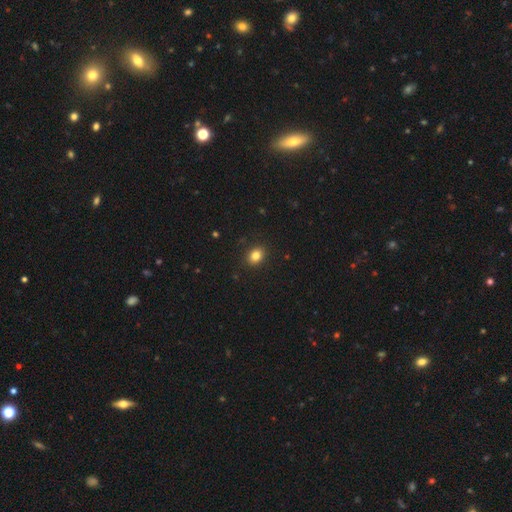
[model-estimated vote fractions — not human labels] Smooth or featured?
  - smooth: 83% *
  - star or artifact: 11%
  - featured or disk: 6%
How rounded?
  - in between: 53% *
  - round: 46%
  - cigar-shaped: 1%
Merging?
  - none: 90% *
  - minor disturbance: 7%
  - major disturbance: 2%
  - merger: 1%